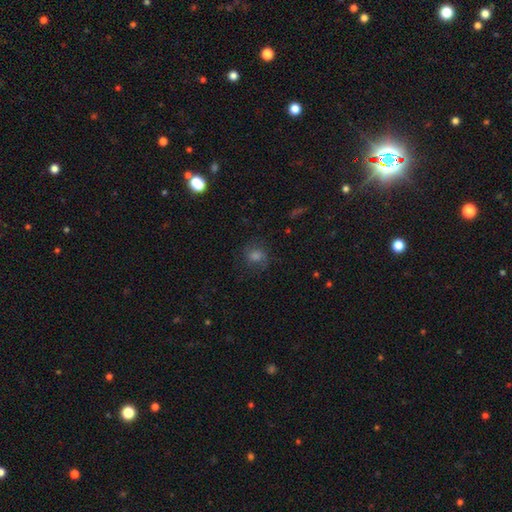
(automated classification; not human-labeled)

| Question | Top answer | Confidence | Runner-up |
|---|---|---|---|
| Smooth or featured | smooth | 53% | star or artifact (27%) |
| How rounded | round | 78% | in between (21%) |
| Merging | none | 76% | minor disturbance (15%) |